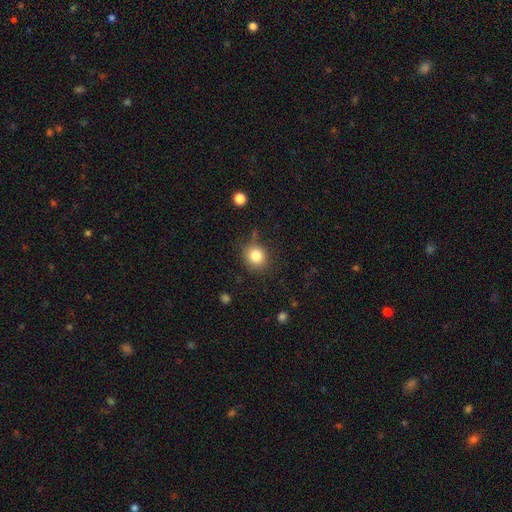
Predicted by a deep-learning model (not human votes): Q: Smooth or featured?
A: smooth (82%); runner-up: star or artifact (11%)
Q: How rounded?
A: round (82%); runner-up: in between (17%)
Q: Merging?
A: none (79%); runner-up: minor disturbance (14%)